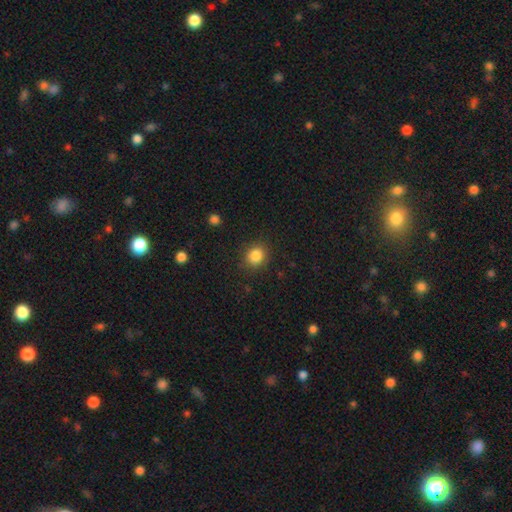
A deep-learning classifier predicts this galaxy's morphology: Smooth or featured? smooth (85%)
How rounded? round (78%)
Merging? none (88%)